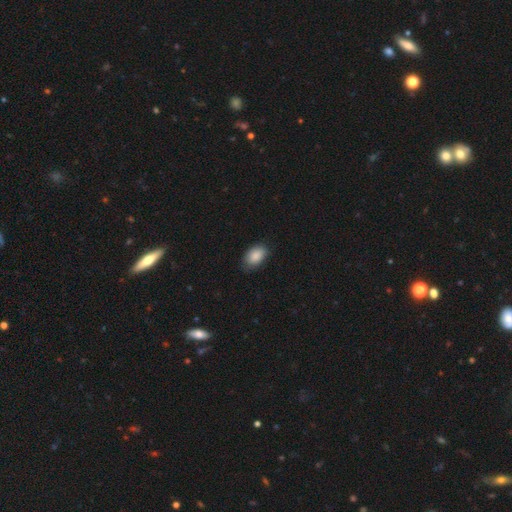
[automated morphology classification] The model was most divided on "merging": none: 79%, minor disturbance: 17%, major disturbance: 3%, merger: 1%. More confident: how rounded — in between (90%); smooth or featured — smooth (88%).